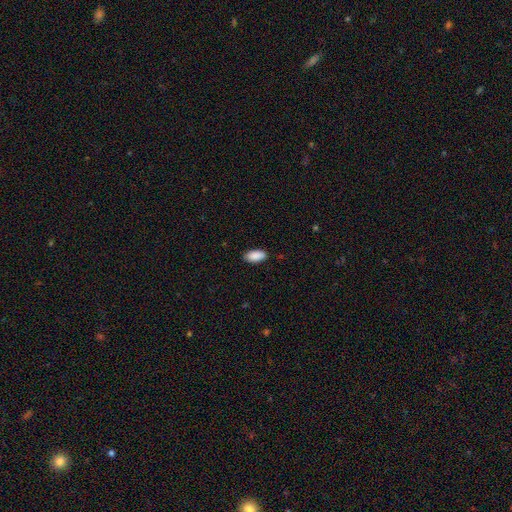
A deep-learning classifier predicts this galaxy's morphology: A smooth galaxy with no disk features (90%) that is in between round and cigar-shaped (93%). Merging: none (87%).